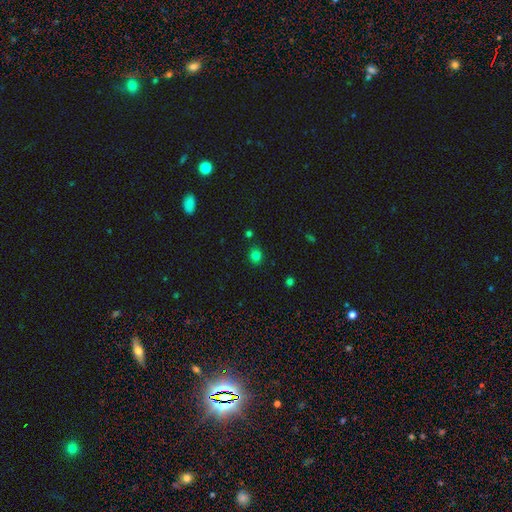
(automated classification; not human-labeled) Smooth or featured: smooth — 79% (star or artifact — 16%)
How rounded: round — 73% (in between — 26%)
Merging: none — 85% (minor disturbance — 9%)